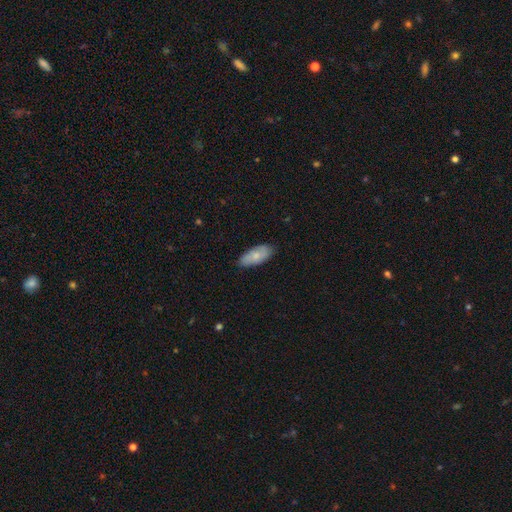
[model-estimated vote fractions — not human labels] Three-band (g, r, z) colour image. It shows a smooth galaxy with no disk features (76%) that is in between round and cigar-shaped (87%). Merging: none (82%).